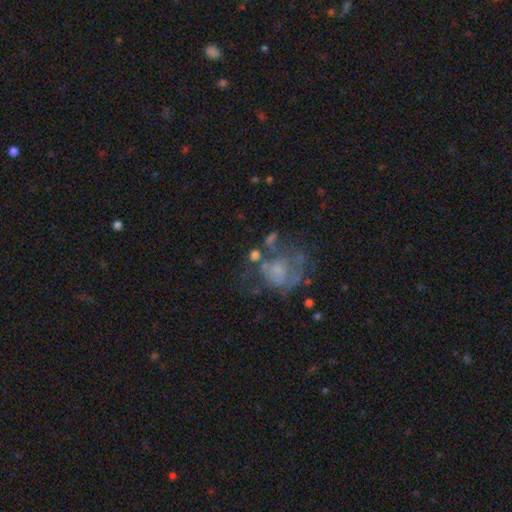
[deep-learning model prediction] Smooth or featured? featured or disk (47%)
Merging? major disturbance (35%)